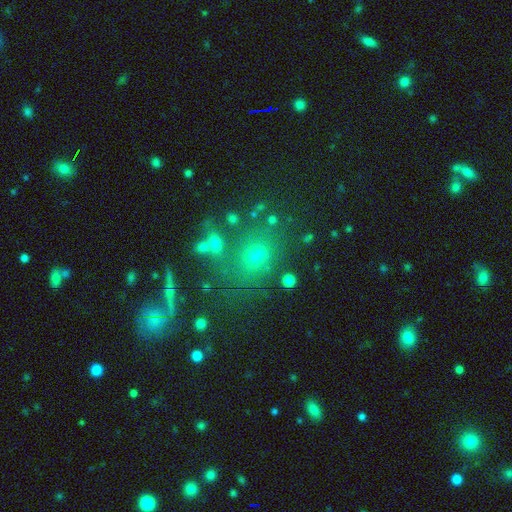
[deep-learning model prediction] Smooth or featured: smooth — 49% (star or artifact — 33%)
Merging: none — 58% (merger — 22%)